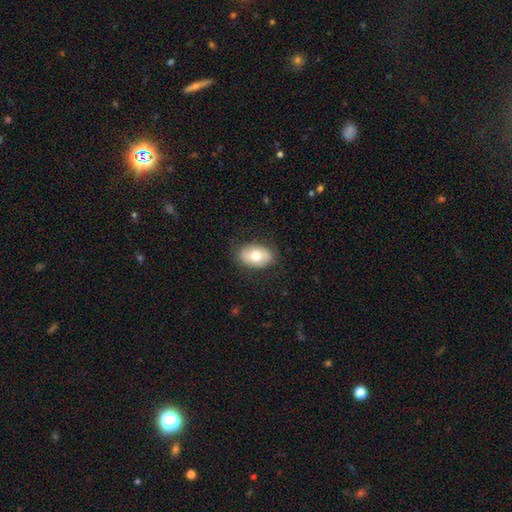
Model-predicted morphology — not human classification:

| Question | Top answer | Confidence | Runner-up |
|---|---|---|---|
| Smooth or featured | smooth | 69% | featured or disk (25%) |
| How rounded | in between | 87% | round (12%) |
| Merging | none | 82% | minor disturbance (13%) |